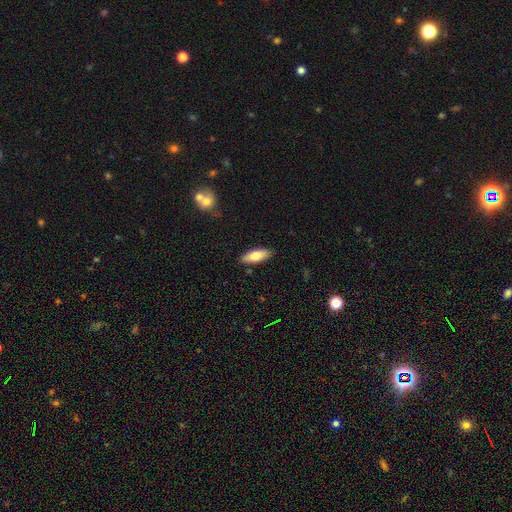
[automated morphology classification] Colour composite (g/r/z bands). It shows a smooth galaxy with no disk features (76%) that is in between round and cigar-shaped (72%). Merging: none (87%).